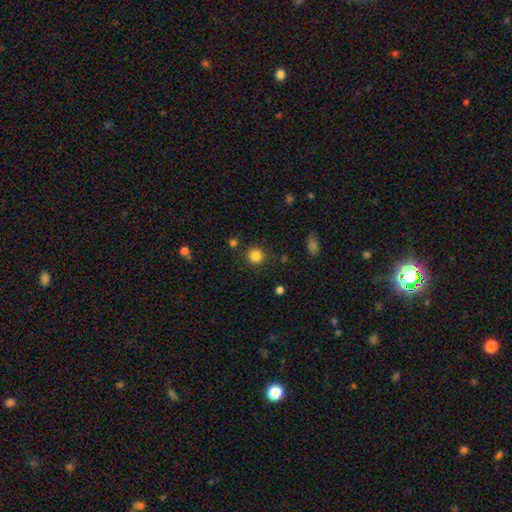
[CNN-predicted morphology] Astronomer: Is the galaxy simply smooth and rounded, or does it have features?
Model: smooth — 84%.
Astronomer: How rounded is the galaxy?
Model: round — 94%.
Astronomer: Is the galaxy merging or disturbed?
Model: none — 88%.